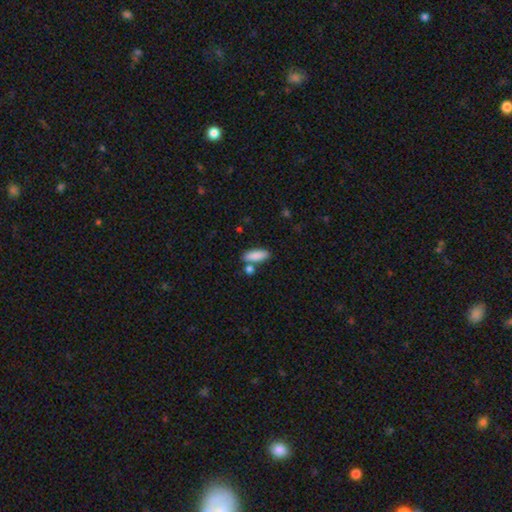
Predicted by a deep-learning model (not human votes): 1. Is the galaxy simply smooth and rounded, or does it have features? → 87% smooth, 6% featured or disk, 6% star or artifact.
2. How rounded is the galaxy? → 66% in between, 32% cigar-shaped, 3% round.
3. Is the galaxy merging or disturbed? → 72% none, 14% merger, 12% minor disturbance, 3% major disturbance.